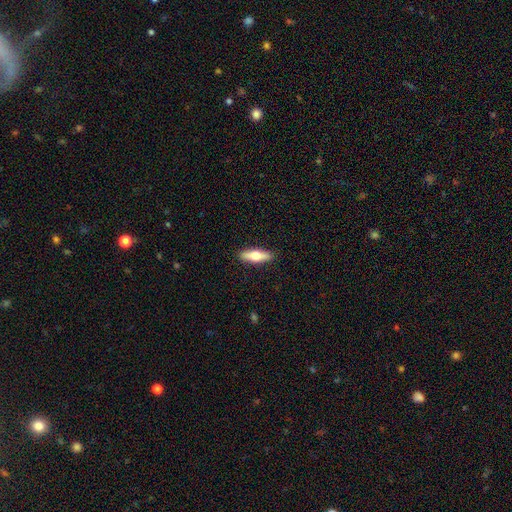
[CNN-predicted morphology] smooth 57%, featured or disk 38%, star or artifact 6%. Down the decision tree: how rounded — cigar-shaped (52%); merging — none (90%).